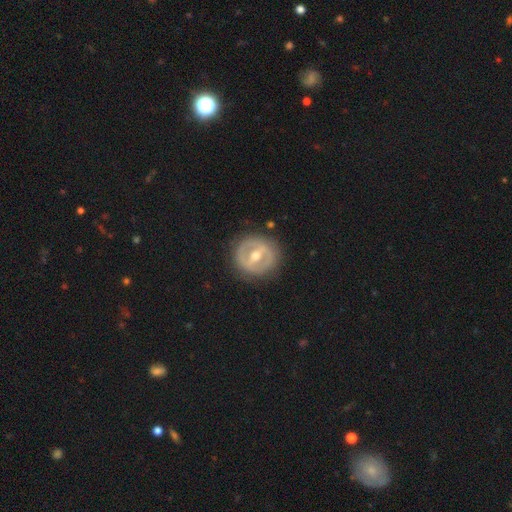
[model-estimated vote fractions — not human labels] This is likely a featured or disk galaxy (70%). It is clearly not viewed edge-on (92%). Bar: possibly strong (55%). Spiral arm pattern: likely no (78%). Central bulge: likely moderate (72%). Merging: clearly none (86%).